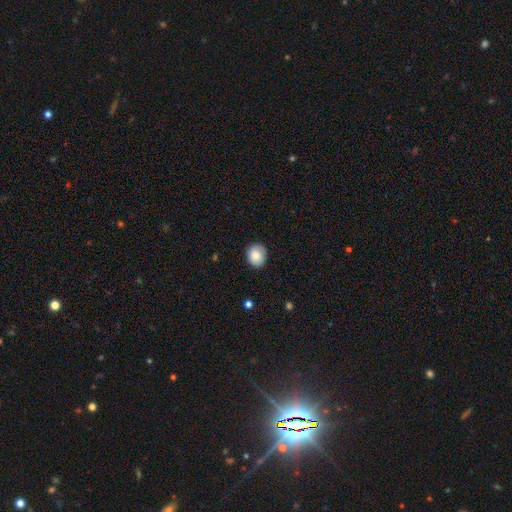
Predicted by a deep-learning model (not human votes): This is clearly a smooth galaxy (84%). How rounded: likely round (64%). Merging: clearly none (85%).